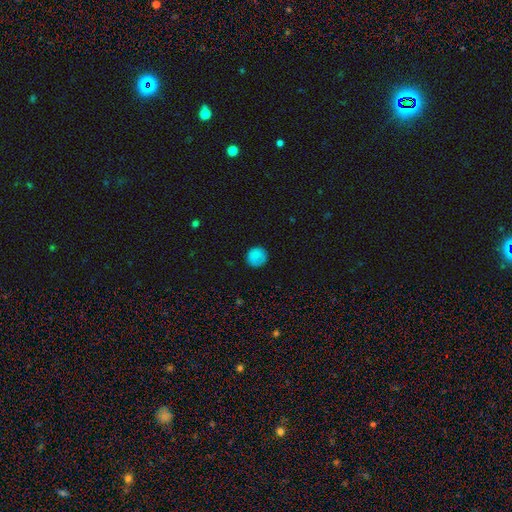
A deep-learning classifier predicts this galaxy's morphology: Smooth or featured?
  - smooth: 84% *
  - star or artifact: 10%
  - featured or disk: 6%
How rounded?
  - round: 92% *
  - in between: 7%
  - cigar-shaped: 1%
Merging?
  - none: 85% *
  - minor disturbance: 11%
  - major disturbance: 3%
  - merger: 1%